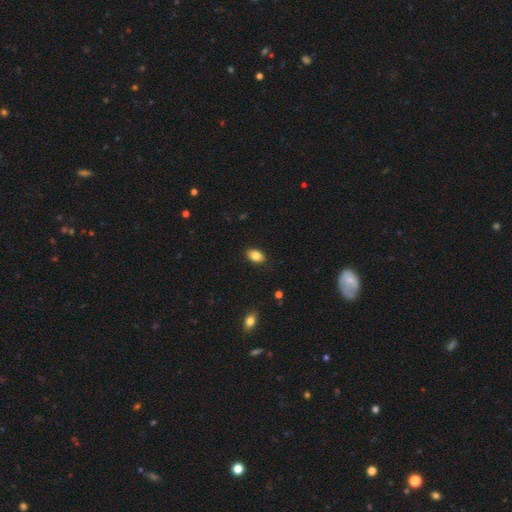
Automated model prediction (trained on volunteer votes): The model was most divided on "smooth or featured": smooth: 84%, star or artifact: 8%, featured or disk: 8%. More confident: how rounded — in between (88%); merging — none (87%).